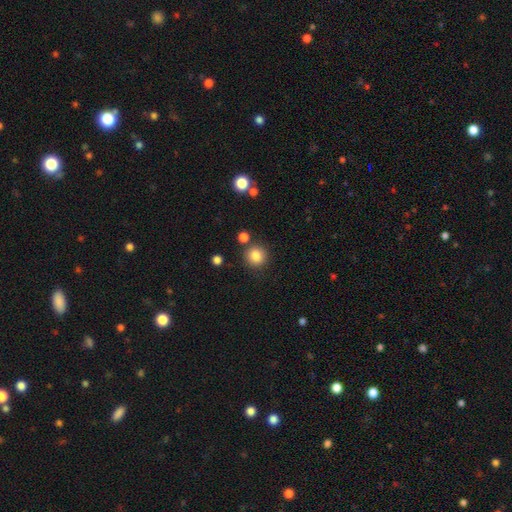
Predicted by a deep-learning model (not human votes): smooth-or-featured: smooth: 83% | star or artifact: 11% | featured or disk: 6%
  how-rounded: round: 90% | in between: 9% | cigar-shaped: 1%
  merging: none: 82% | minor disturbance: 8% | merger: 7% | major disturbance: 3%